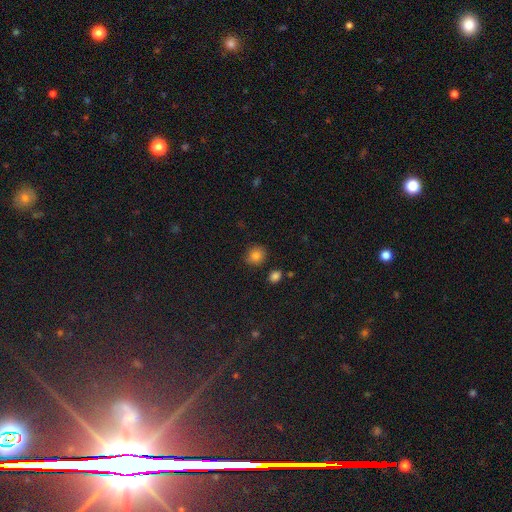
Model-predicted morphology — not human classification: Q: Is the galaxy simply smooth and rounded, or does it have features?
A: smooth — 83%.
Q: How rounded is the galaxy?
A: round — 76%.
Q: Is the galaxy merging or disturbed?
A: none — 84%.